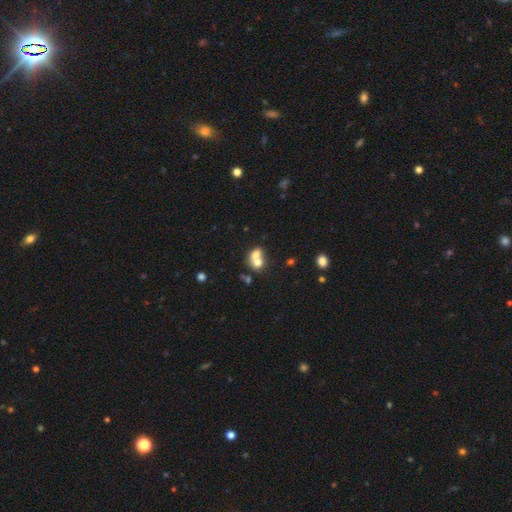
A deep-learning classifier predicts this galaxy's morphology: Smooth or featured? Predicted: smooth (p=0.66). How rounded? Predicted: round (p=0.52). Merging? Predicted: merger (p=0.70).